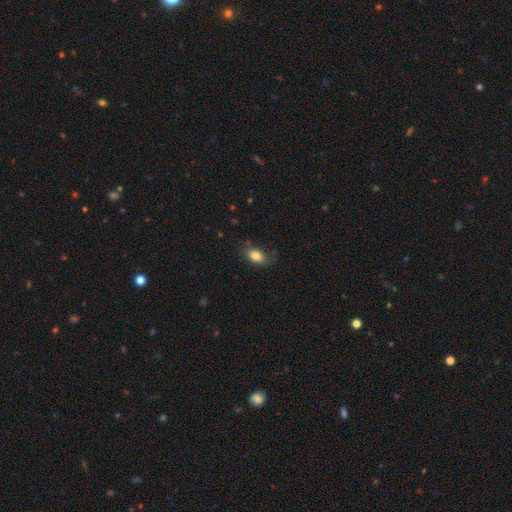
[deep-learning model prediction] Smooth or featured?
  - smooth: 82% *
  - featured or disk: 10%
  - star or artifact: 8%
How rounded?
  - in between: 88% *
  - round: 9%
  - cigar-shaped: 3%
Merging?
  - none: 72% *
  - minor disturbance: 20%
  - major disturbance: 6%
  - merger: 2%